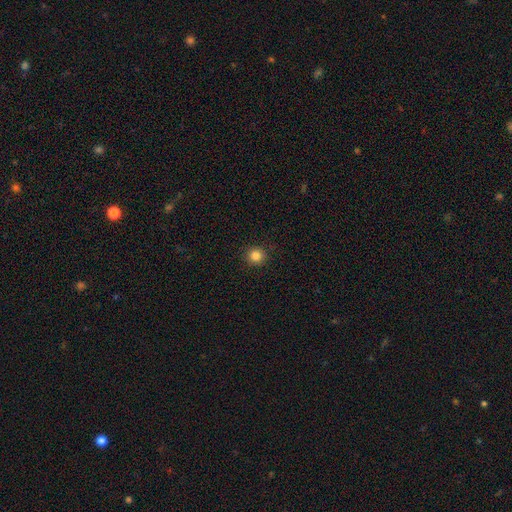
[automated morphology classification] Smooth or featured: smooth — 84% (star or artifact — 12%)
How rounded: round — 93% (in between — 6%)
Merging: none — 92% (minor disturbance — 5%)